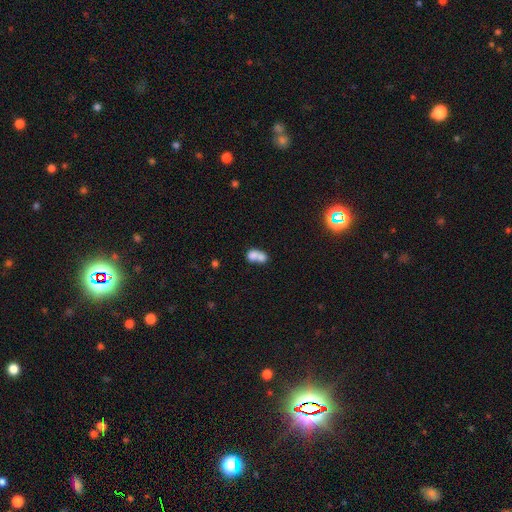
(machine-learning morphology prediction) smooth 71%, featured or disk 19%, star or artifact 10%. Down the decision tree: how rounded — in between (64%); merging — merger (72%).